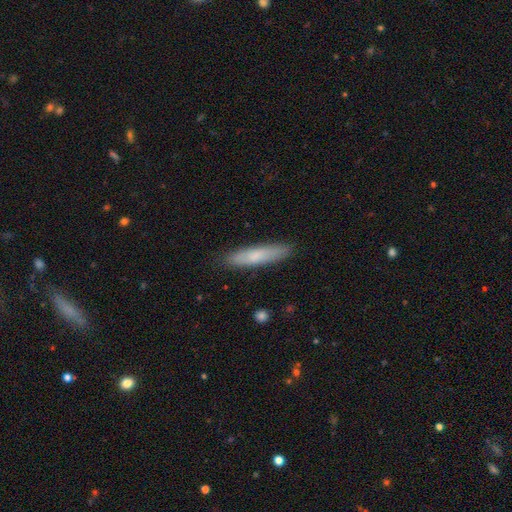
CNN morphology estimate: Smooth or featured: smooth — 73% (featured or disk — 21%)
How rounded: cigar-shaped — 85% (in between — 13%)
Merging: none — 86% (minor disturbance — 10%)